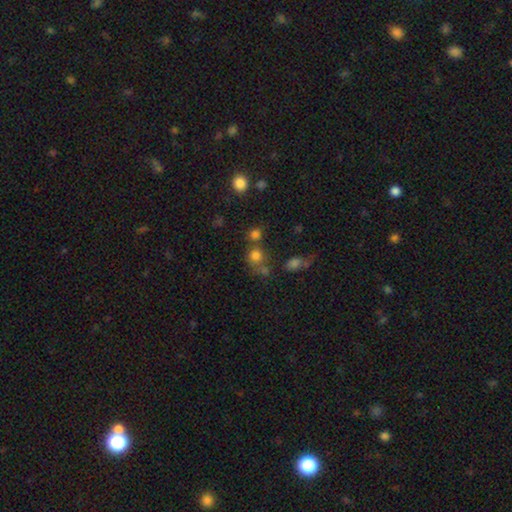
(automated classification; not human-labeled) Morphology: type=smooth (73%); roundness=round (83%); merging=none (55%).